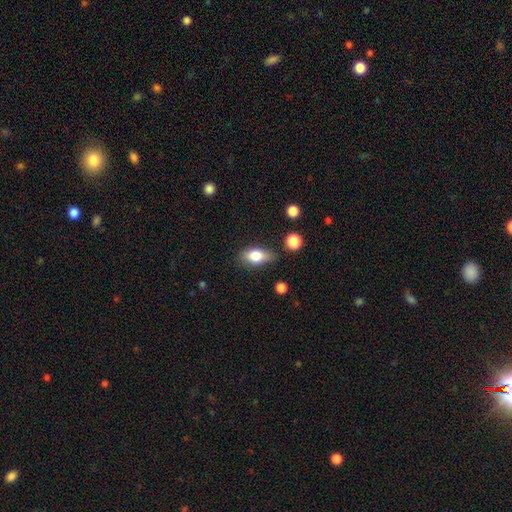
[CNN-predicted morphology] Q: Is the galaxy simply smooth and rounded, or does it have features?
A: smooth — 75%.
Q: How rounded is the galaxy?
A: in between — 83%.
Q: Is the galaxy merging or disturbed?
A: none — 70%.